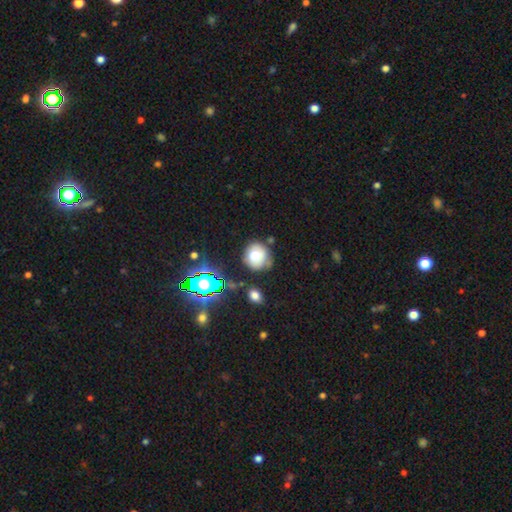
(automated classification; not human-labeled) smooth_or_featured: smooth (p=0.69) [alt: featured or disk p=0.16]
how_rounded: round (p=0.81) [alt: in between p=0.18]
merging: none (p=0.62) [alt: minor disturbance p=0.25]